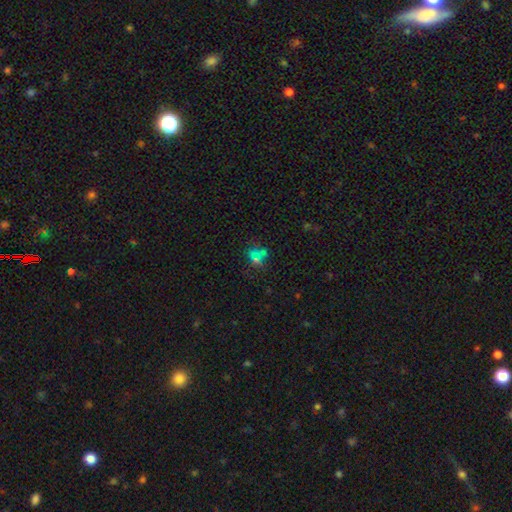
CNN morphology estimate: A smooth galaxy with no disk features (44%).

Vote fractions:
- Smooth or featured? smooth: 44% / star or artifact: 40% / featured or disk: 16%
- Merging? none: 60% / merger: 21% / minor disturbance: 12% / major disturbance: 7%